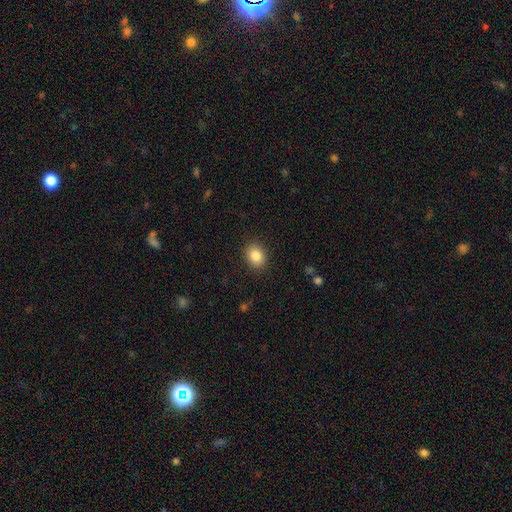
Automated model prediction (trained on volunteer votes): A smooth galaxy with no disk features (86%) that is in between round and cigar-shaped (56%). Merging: none (89%).